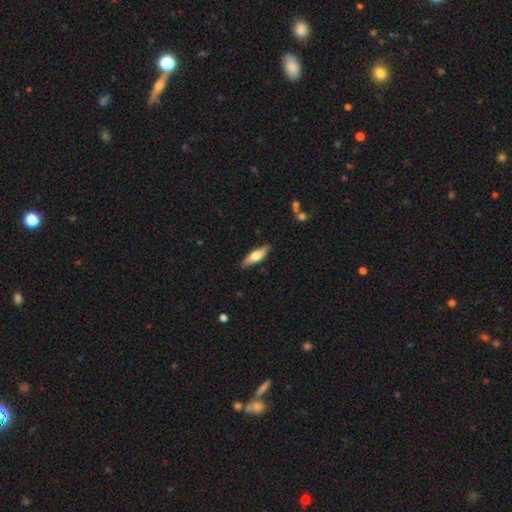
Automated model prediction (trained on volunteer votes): smooth_or_featured: smooth (p=0.57) [alt: featured or disk p=0.37]
how_rounded: cigar-shaped (p=0.53) [alt: in between p=0.45]
merging: none (p=0.86) [alt: minor disturbance p=0.10]